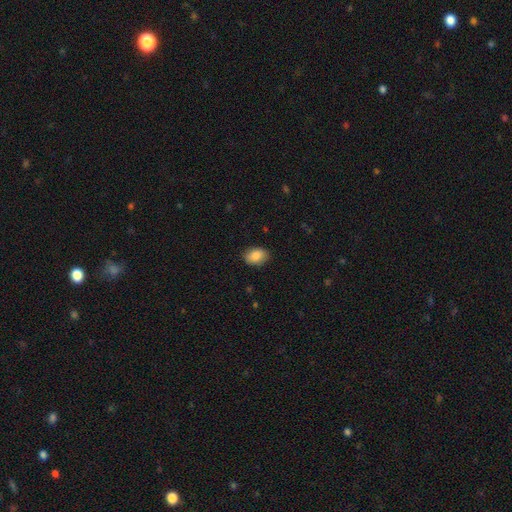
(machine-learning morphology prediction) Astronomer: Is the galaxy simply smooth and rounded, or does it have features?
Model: smooth — 87%.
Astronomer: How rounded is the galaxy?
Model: in between — 81%.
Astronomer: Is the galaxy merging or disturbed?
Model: none — 87%.